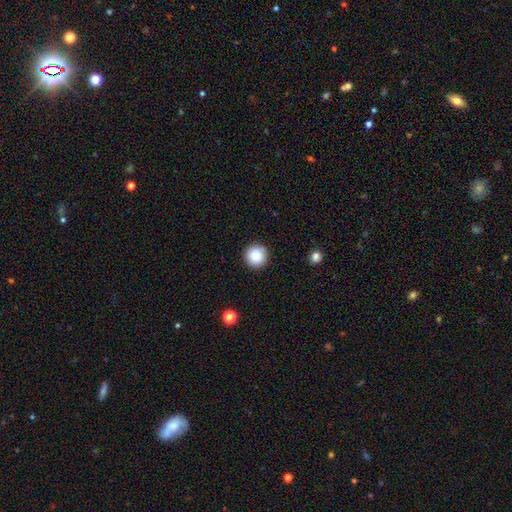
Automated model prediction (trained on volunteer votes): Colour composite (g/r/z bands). It shows a smooth galaxy with no disk features (82%) that is round (96%). Merging: none (92%).